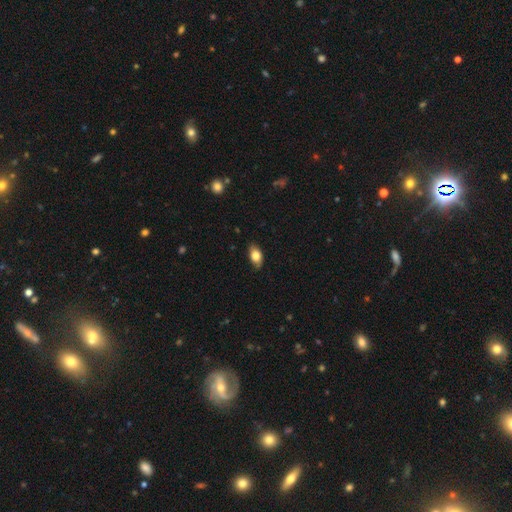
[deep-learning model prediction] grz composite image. It shows a smooth galaxy with no disk features (80%) that is in between round and cigar-shaped (89%). Merging: none (83%).